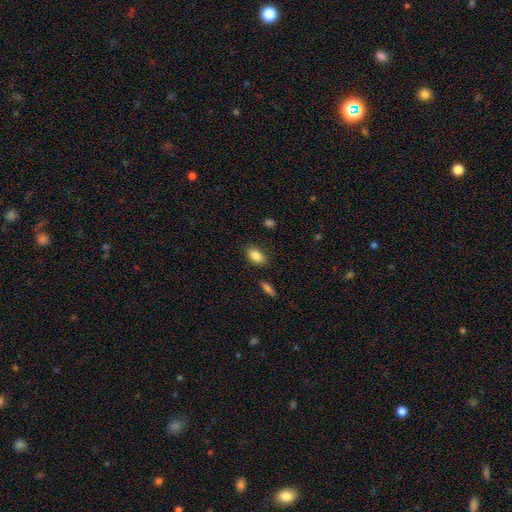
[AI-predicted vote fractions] Overall: smooth (87%). How rounded: in between (87%). Merging: none (82%).